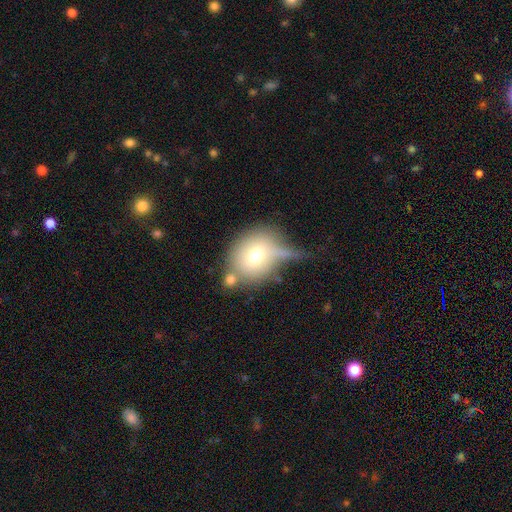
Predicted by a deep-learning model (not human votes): smooth 60%, featured or disk 29%, star or artifact 11%. Down the decision tree: how rounded — round (63%); merging — none (37%).